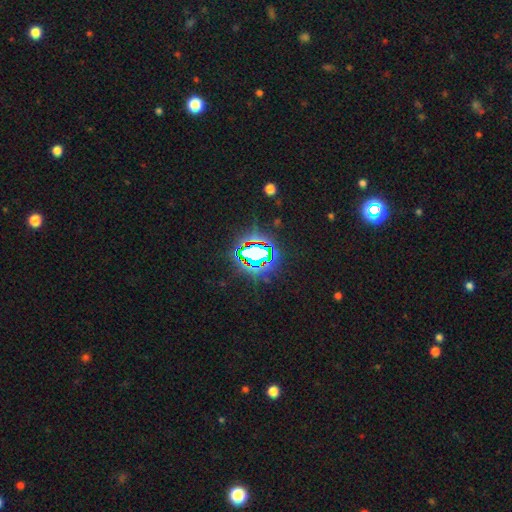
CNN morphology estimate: type=star or artifact (74%).